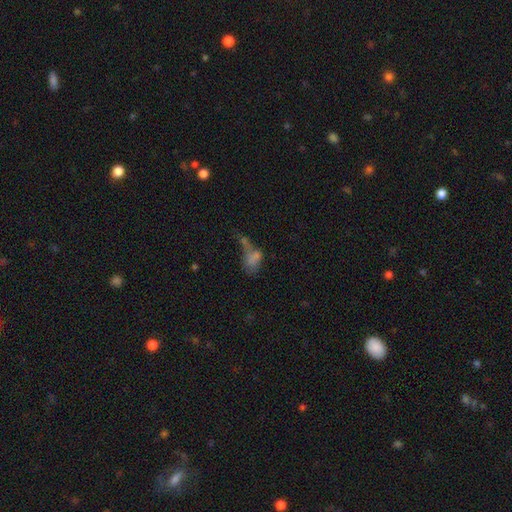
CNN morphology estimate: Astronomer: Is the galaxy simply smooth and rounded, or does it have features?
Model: smooth — 56%.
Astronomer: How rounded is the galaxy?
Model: in between — 78%.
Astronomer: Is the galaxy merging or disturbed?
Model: merger — 42% (runner-up: none, 23%).